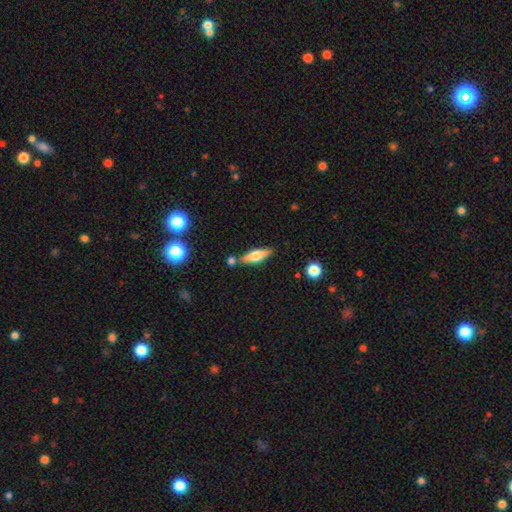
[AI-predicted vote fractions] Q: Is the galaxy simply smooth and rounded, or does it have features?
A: smooth — 49%.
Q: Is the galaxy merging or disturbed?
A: none — 76%.